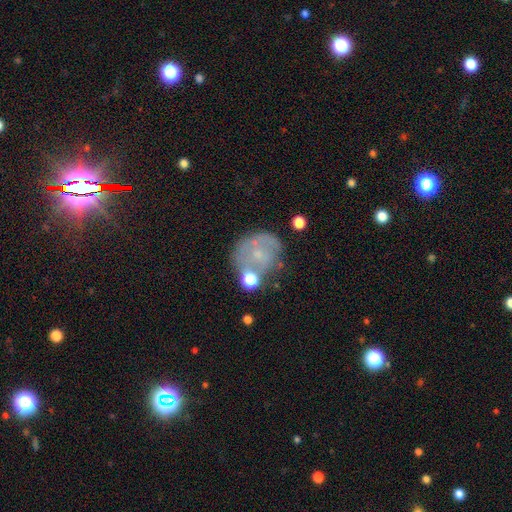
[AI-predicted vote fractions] This appears to be a featured or disk galaxy (46%). Merging: none (55%).